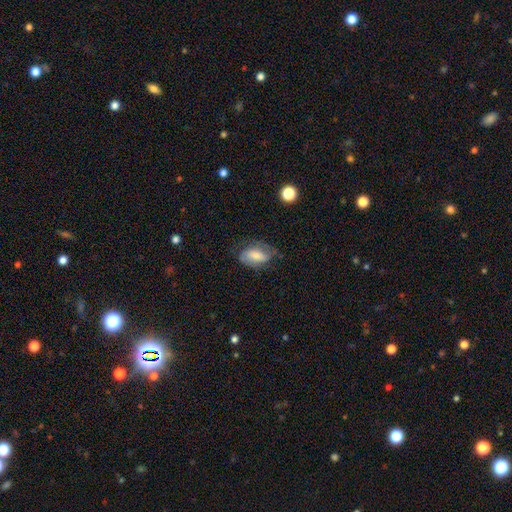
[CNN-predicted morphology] Q: Smooth or featured?
A: smooth (58%); runner-up: featured or disk (34%)
Q: How rounded?
A: in between (90%); runner-up: round (7%)
Q: Merging?
A: none (56%); runner-up: minor disturbance (29%)